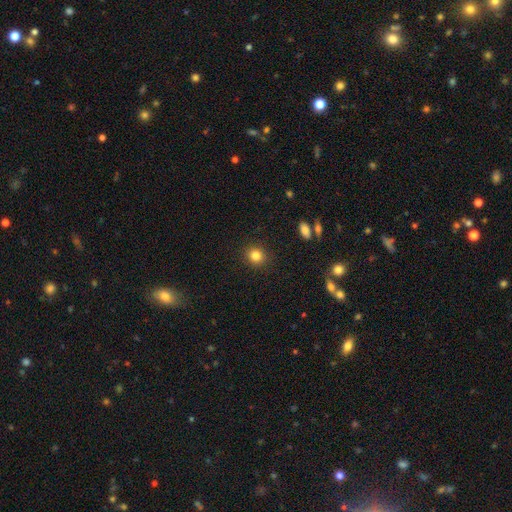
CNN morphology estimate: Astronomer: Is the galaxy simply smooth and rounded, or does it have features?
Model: smooth — 83%.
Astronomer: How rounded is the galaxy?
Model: round — 86%.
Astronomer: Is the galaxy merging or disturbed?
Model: none — 91%.